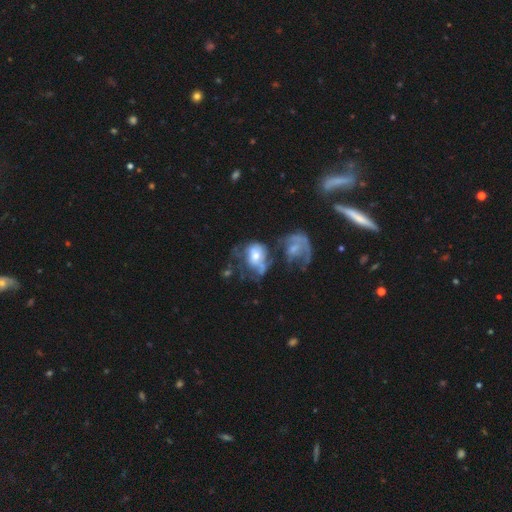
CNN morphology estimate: smooth-or-featured: featured or disk: 52% | smooth: 38% | star or artifact: 10%
  disk-edge-on: no: 96% | yes: 4%
    bar: no: 77% | weak: 18% | strong: 5%
    has-spiral-arms: no: 60% | yes: 40%
    bulge-size: moderate: 54% | small: 29% | large: 10% | none: 5% | dominant: 2%
  merging: merger: 39% | major disturbance: 29% | none: 18% | minor disturbance: 13%